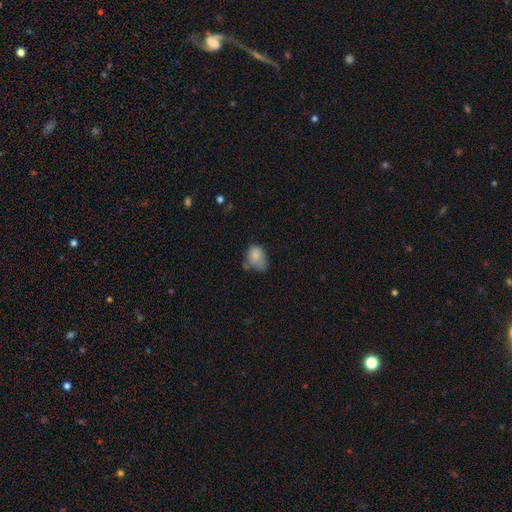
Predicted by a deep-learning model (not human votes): This appears to be a smooth galaxy with no disk features (80%) that is in between round and cigar-shaped (73%). Merging: minor disturbance (37%).